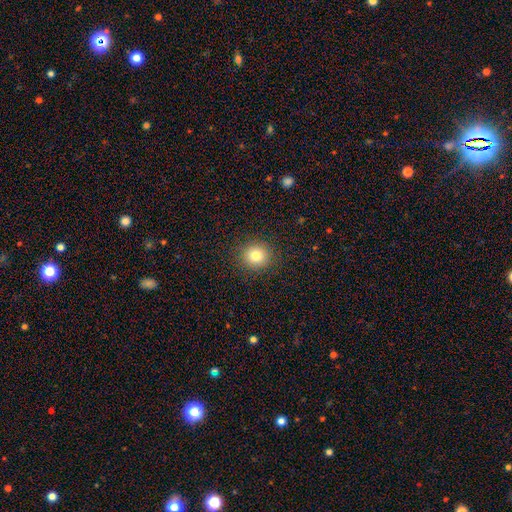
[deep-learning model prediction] The model was most divided on "smooth or featured": smooth: 80%, star or artifact: 12%, featured or disk: 8%. More confident: merging — none (90%); how rounded — round (90%).